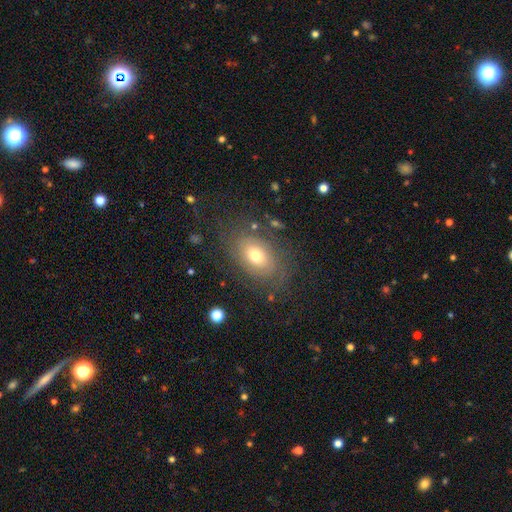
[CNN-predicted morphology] smooth 48%, featured or disk 40%, star or artifact 12%. Down the decision tree: merging — none (73%).